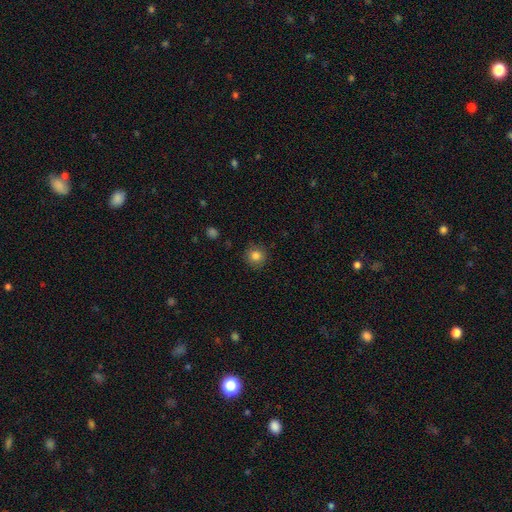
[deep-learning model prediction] Q: Smooth or featured?
A: smooth (83%); runner-up: star or artifact (11%)
Q: How rounded?
A: round (92%); runner-up: in between (7%)
Q: Merging?
A: none (87%); runner-up: minor disturbance (9%)